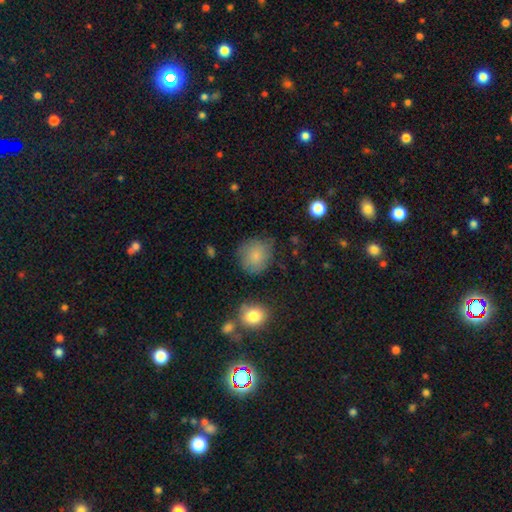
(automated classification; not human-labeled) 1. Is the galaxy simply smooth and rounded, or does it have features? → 81% smooth, 10% featured or disk, 9% star or artifact.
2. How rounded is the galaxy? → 84% round, 15% in between, 1% cigar-shaped.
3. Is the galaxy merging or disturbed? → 71% none, 20% minor disturbance, 6% major disturbance, 3% merger.